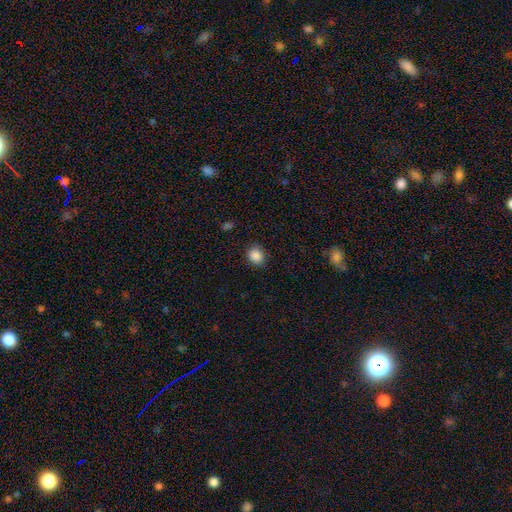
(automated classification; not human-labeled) Smooth or featured: smooth — 87% (star or artifact — 9%)
How rounded: round — 63% (in between — 36%)
Merging: none — 86% (minor disturbance — 10%)